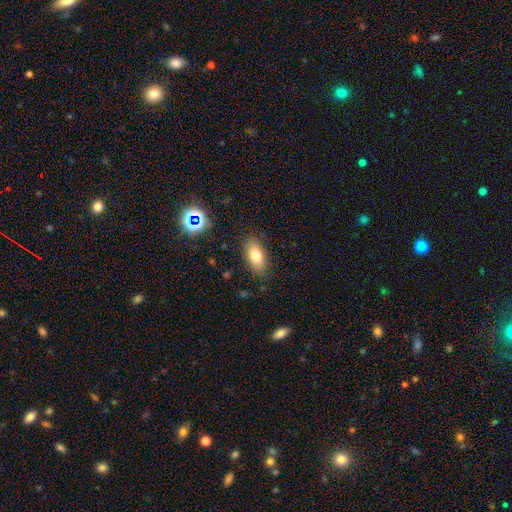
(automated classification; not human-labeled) Smooth or featured? Predicted: smooth (p=0.77). How rounded? Predicted: in between (p=0.87). Merging? Predicted: none (p=0.86).